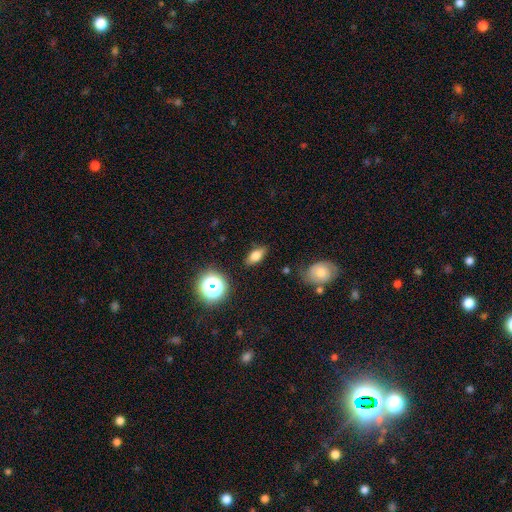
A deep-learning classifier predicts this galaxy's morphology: A smooth galaxy with no disk features (70%) that is in between round and cigar-shaped (79%).

Vote fractions:
- Smooth or featured? smooth: 70% / featured or disk: 17% / star or artifact: 13%
- How rounded? in between: 79% / cigar-shaped: 12% / round: 9%
- Merging? none: 82% / minor disturbance: 12% / major disturbance: 3% / merger: 2%